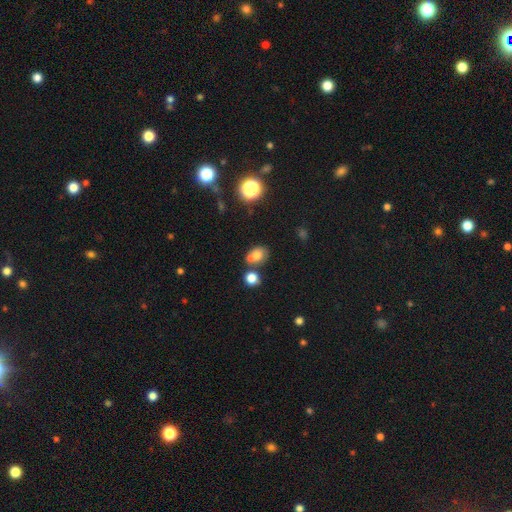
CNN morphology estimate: smooth 70%, star or artifact 15%, featured or disk 14%. Down the decision tree: how rounded — in between (52%); merging — none (45%).